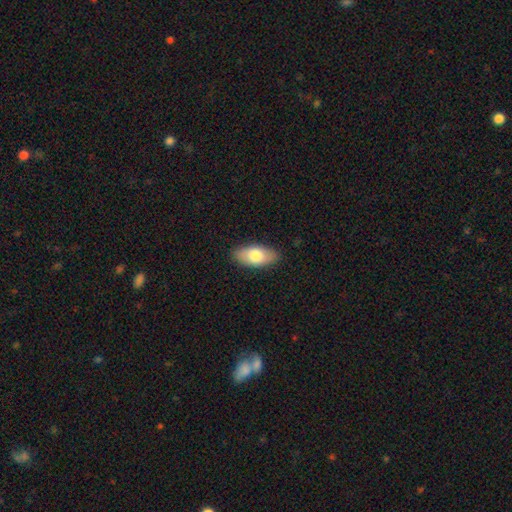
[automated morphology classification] A smooth galaxy with no disk features (77%) that is in between round and cigar-shaped (91%).

Vote fractions:
- Smooth or featured? smooth: 77% / featured or disk: 17% / star or artifact: 6%
- How rounded? in between: 91% / cigar-shaped: 6% / round: 3%
- Merging? none: 87% / minor disturbance: 10% / major disturbance: 2% / merger: 1%